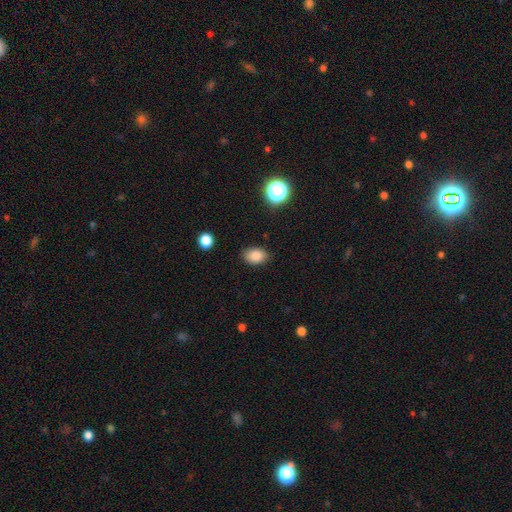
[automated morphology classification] This appears to be a smooth galaxy with no disk features (85%) that is in between round and cigar-shaped (77%). Merging: none (84%).